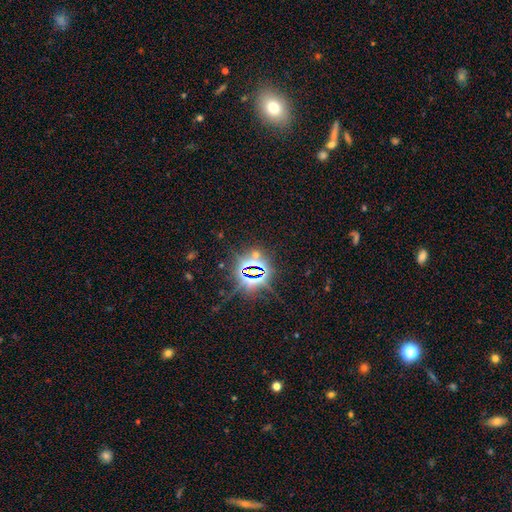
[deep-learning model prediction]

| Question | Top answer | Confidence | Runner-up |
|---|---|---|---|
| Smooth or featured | star or artifact | 81% | smooth (12%) |